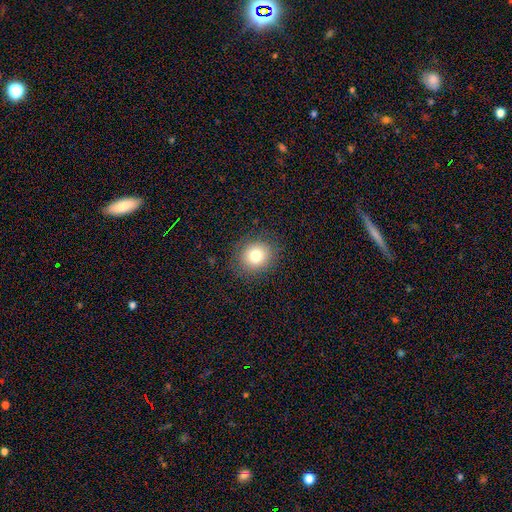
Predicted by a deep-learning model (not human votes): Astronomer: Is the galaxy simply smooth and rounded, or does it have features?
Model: smooth — 78%.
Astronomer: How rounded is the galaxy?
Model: round — 78%.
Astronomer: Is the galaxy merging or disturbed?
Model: none — 87%.